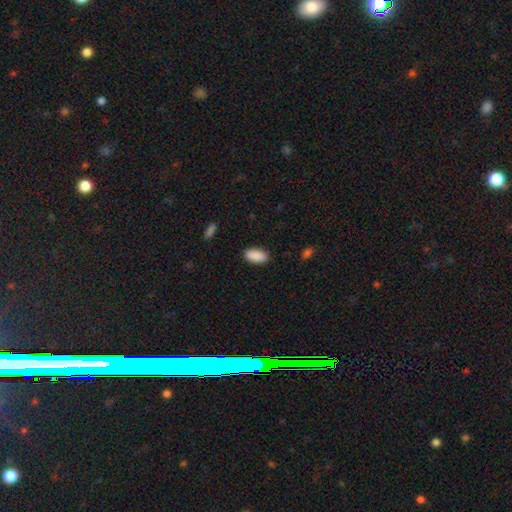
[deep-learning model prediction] smooth-or-featured: smooth: 91% | star or artifact: 6% | featured or disk: 3%
  how-rounded: in between: 92% | cigar-shaped: 5% | round: 2%
  merging: none: 87% | minor disturbance: 9% | major disturbance: 2% | merger: 1%